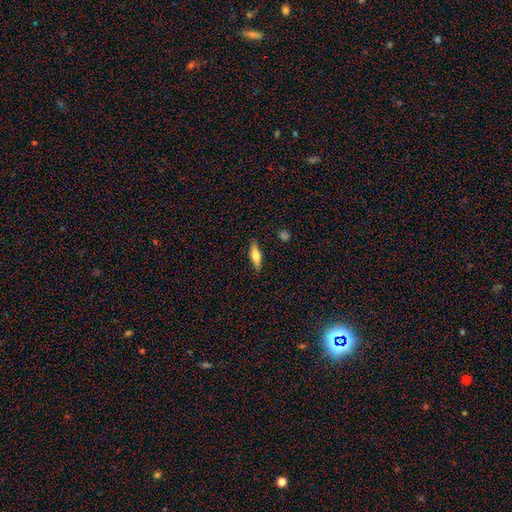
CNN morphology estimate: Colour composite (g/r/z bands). It shows a smooth galaxy with no disk features (60%) that is cigar-shaped (59%). Merging: none (87%).